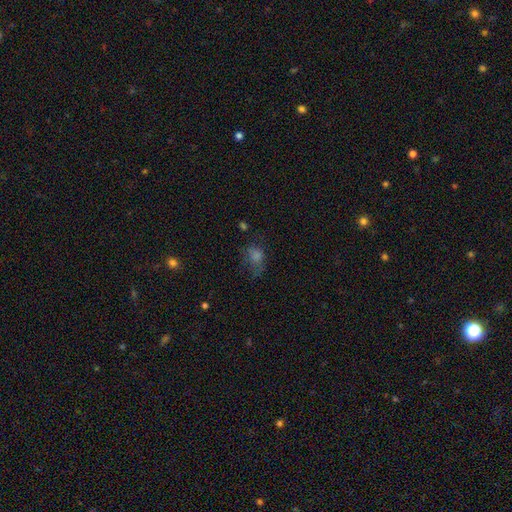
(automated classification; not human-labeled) Smooth or featured? Predicted: smooth (p=0.56). How rounded? Predicted: in between (p=0.62). Merging? Predicted: none (p=0.46).